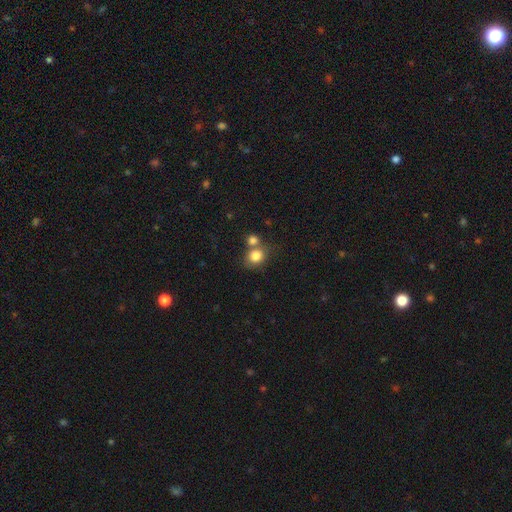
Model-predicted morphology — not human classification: This appears to be a smooth galaxy with no disk features (82%) that is round (69%). Merging: none (48%).